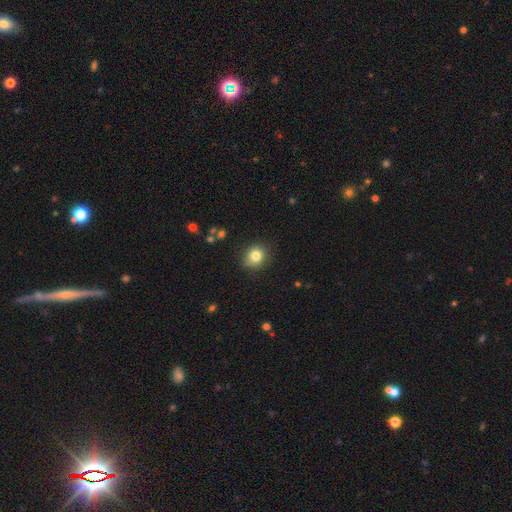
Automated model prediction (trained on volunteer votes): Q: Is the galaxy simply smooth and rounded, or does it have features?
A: smooth — 81%.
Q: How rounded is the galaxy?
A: round — 77%.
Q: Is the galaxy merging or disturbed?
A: none — 81%.